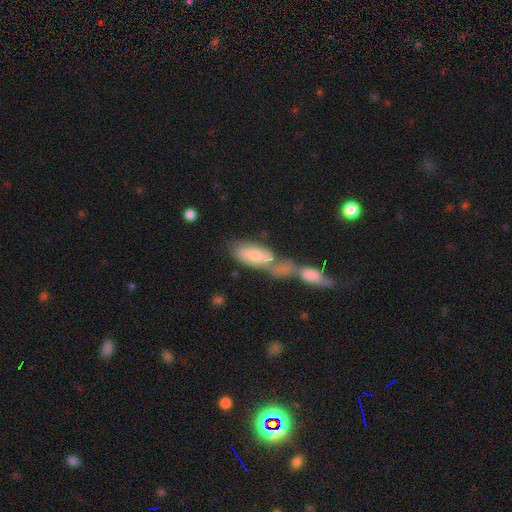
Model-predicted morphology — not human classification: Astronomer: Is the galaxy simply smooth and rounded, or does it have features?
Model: smooth — 56% (runner-up: featured or disk, 37%).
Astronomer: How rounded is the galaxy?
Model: in between — 81%.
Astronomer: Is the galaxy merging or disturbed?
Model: merger — 61%.